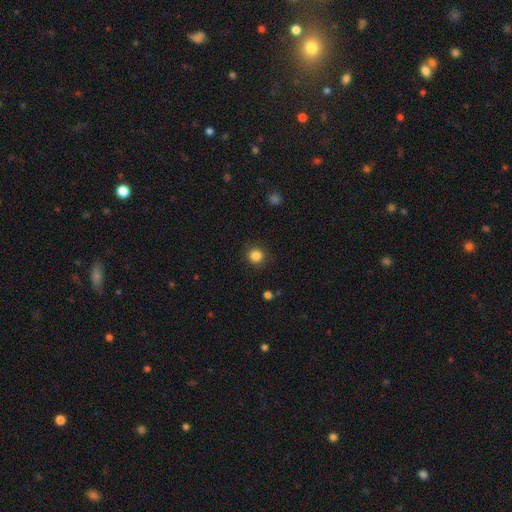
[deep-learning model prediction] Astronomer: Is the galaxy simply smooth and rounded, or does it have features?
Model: smooth — 85%.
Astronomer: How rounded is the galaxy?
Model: round — 93%.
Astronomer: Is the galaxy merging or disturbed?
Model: none — 89%.